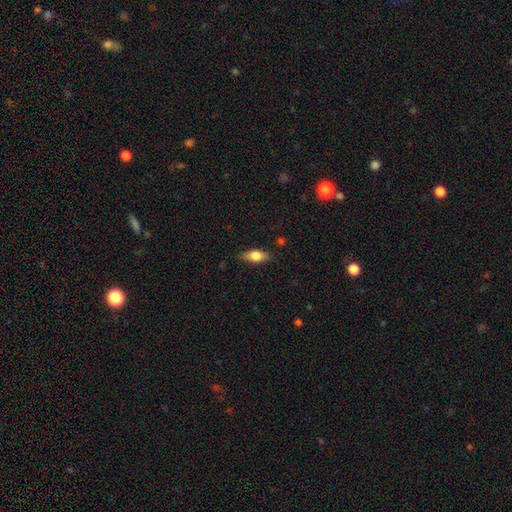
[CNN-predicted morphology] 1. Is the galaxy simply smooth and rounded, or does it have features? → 70% smooth, 23% featured or disk, 7% star or artifact.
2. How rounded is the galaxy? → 79% in between, 17% cigar-shaped, 5% round.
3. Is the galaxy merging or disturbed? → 81% none, 15% minor disturbance, 3% major disturbance, 1% merger.